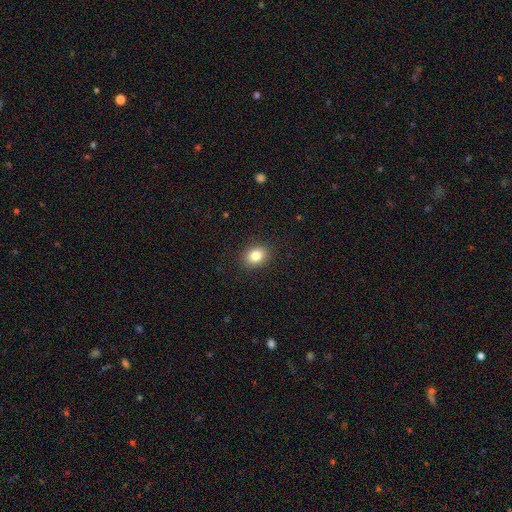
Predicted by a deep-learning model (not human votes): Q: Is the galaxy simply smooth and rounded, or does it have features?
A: smooth — 84%.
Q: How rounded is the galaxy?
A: in between — 57%.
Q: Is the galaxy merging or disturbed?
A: none — 90%.